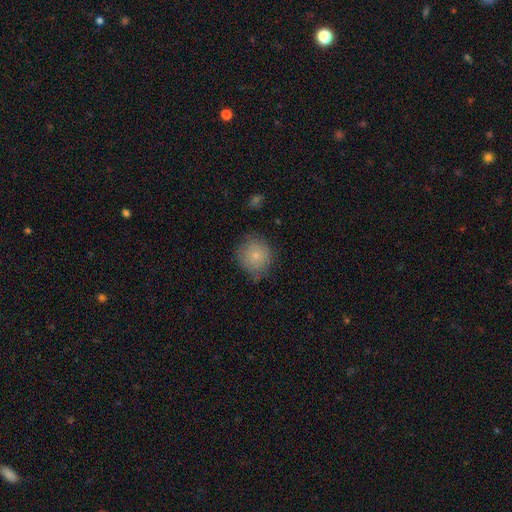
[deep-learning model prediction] The model was most divided on "merging": none: 70%, minor disturbance: 23%, major disturbance: 6%, merger: 2%. More confident: how rounded — round (88%); smooth or featured — smooth (79%).